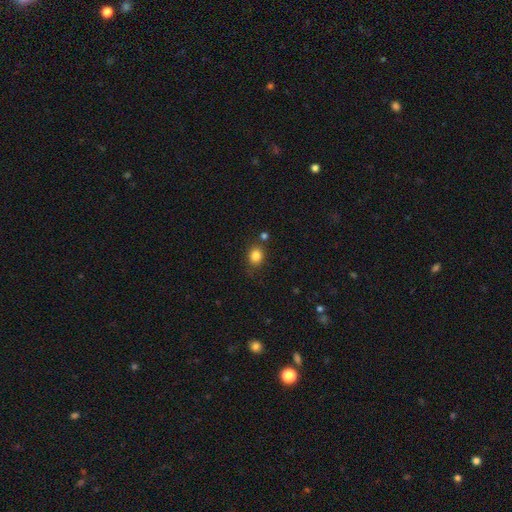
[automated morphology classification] Smooth or featured? Predicted: smooth (p=0.83). How rounded? Predicted: round (p=0.63). Merging? Predicted: none (p=0.76).